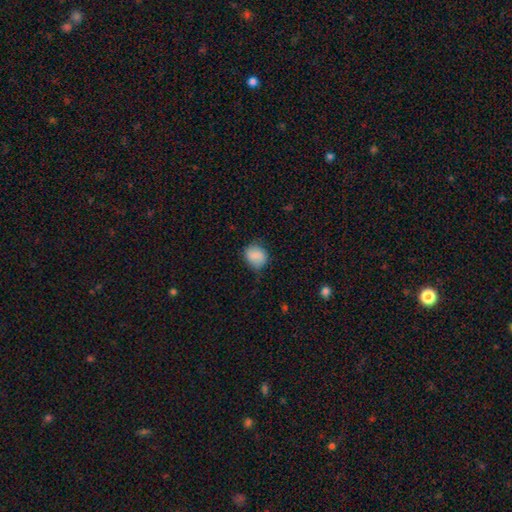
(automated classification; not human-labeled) This is clearly a smooth galaxy (86%). How rounded: likely round (60%). Merging: likely none (65%).